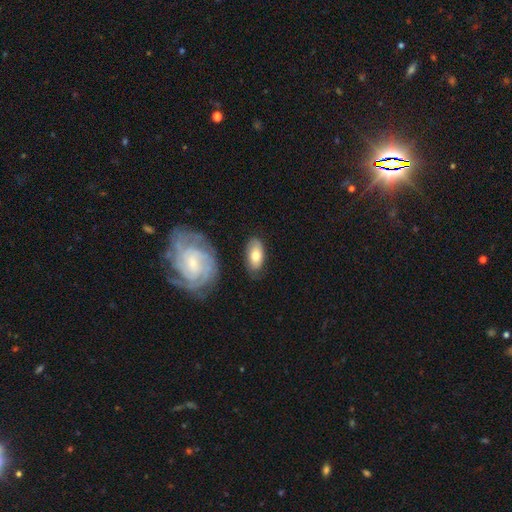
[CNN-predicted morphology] This appears to be a smooth galaxy with no disk features (61%) that is in between round and cigar-shaped (91%). Merging: none (75%).